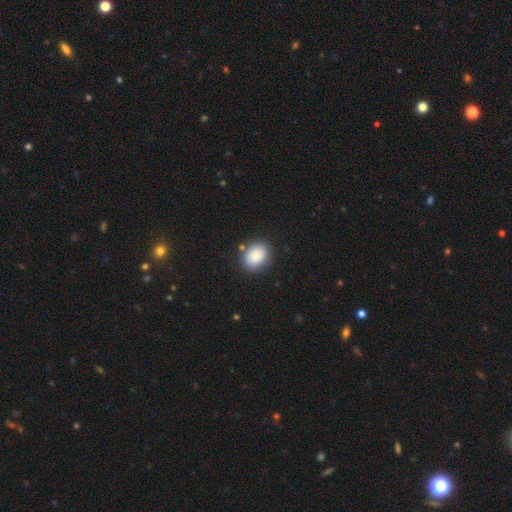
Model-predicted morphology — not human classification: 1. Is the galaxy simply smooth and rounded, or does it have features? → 85% smooth, 8% star or artifact, 7% featured or disk.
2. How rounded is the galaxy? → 54% in between, 45% round, 1% cigar-shaped.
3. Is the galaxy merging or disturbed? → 83% none, 11% minor disturbance, 3% major disturbance, 3% merger.